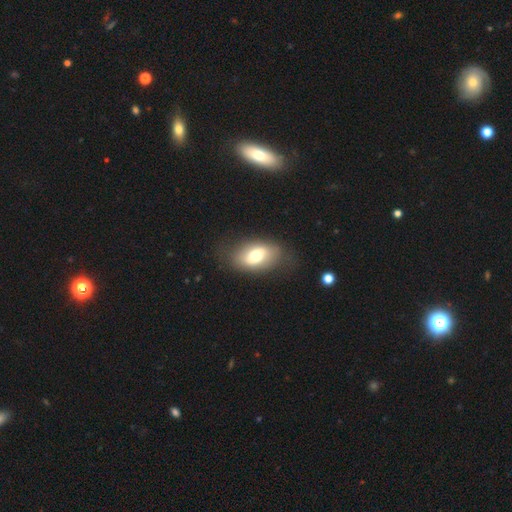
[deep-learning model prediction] Smooth or featured? Predicted: smooth (p=0.63). How rounded? Predicted: in between (p=0.88). Merging? Predicted: none (p=0.75).